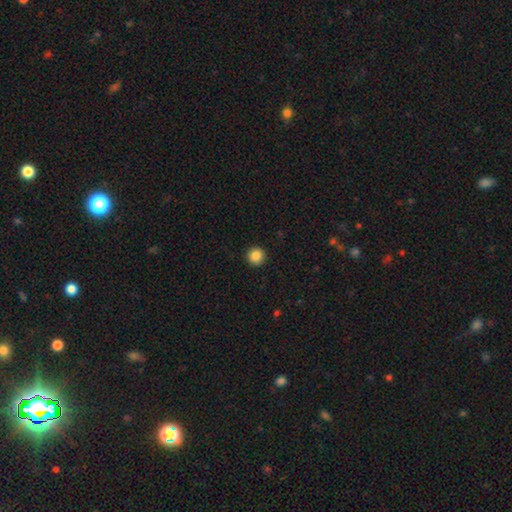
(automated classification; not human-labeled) Q: Smooth or featured?
A: smooth (87%); runner-up: star or artifact (10%)
Q: How rounded?
A: round (95%); runner-up: in between (4%)
Q: Merging?
A: none (93%); runner-up: minor disturbance (5%)